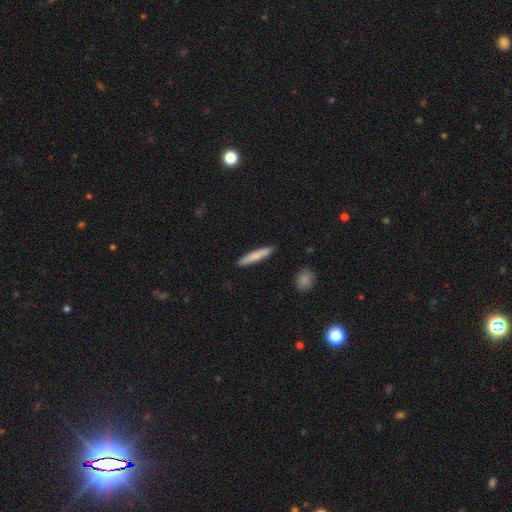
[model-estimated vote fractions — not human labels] Smooth or featured: smooth — 78% (featured or disk — 17%)
How rounded: cigar-shaped — 93% (in between — 6%)
Merging: none — 90% (minor disturbance — 7%)